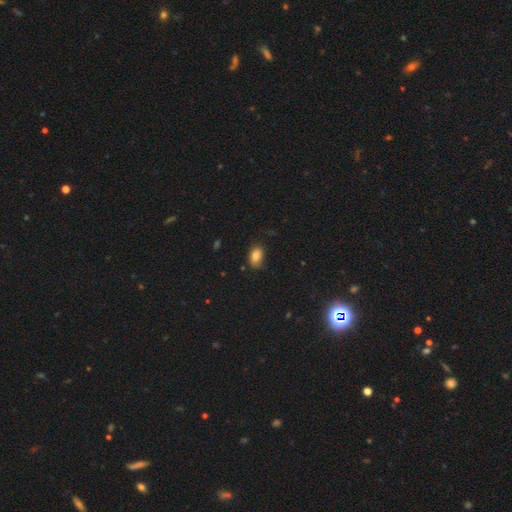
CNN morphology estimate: type=smooth (84%); roundness=in between (88%); merging=none (78%).